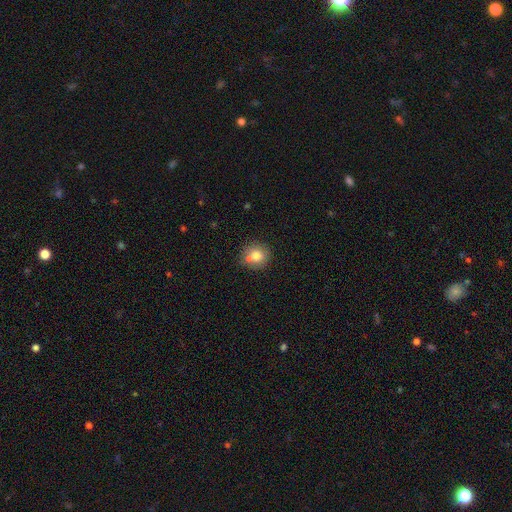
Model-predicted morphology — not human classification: Q: Smooth or featured?
A: smooth (76%); runner-up: featured or disk (14%)
Q: How rounded?
A: round (86%); runner-up: in between (13%)
Q: Merging?
A: none (64%); runner-up: merger (19%)